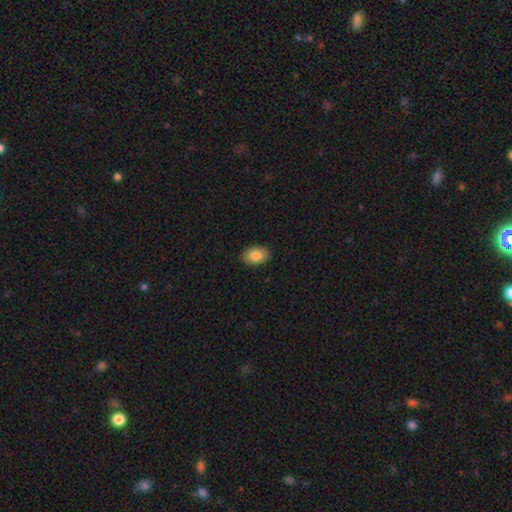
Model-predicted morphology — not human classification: smooth_or_featured: smooth (p=0.84) [alt: featured or disk p=0.08]
how_rounded: in between (p=0.85) [alt: round p=0.14]
merging: none (p=0.89) [alt: minor disturbance p=0.08]